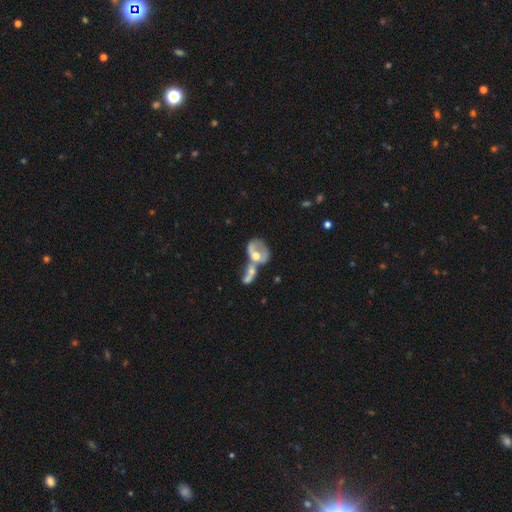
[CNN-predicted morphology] Overall: featured or disk (49%; smooth 43%). Merging: merger (73%).